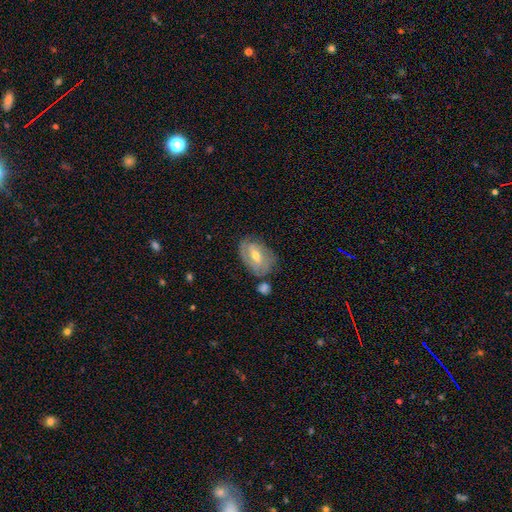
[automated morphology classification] A featured or disk galaxy (61%) with a weak bar (47%), spiral arms (70%) and a moderate central bulge (62%). Merging: none (66%).